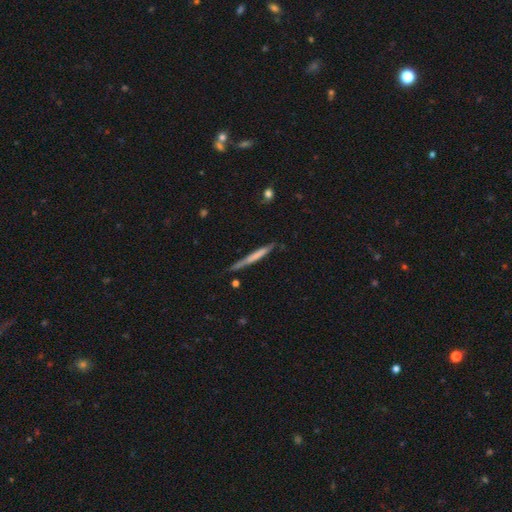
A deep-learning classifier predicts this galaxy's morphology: A smooth galaxy with no disk features (51%) that is cigar-shaped (96%). Merging: none (80%).